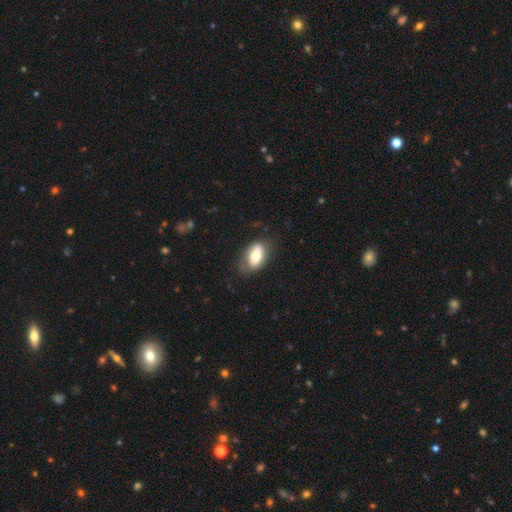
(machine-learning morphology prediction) A smooth galaxy with no disk features (60%) that is in between round and cigar-shaped (91%). Merging: none (66%).